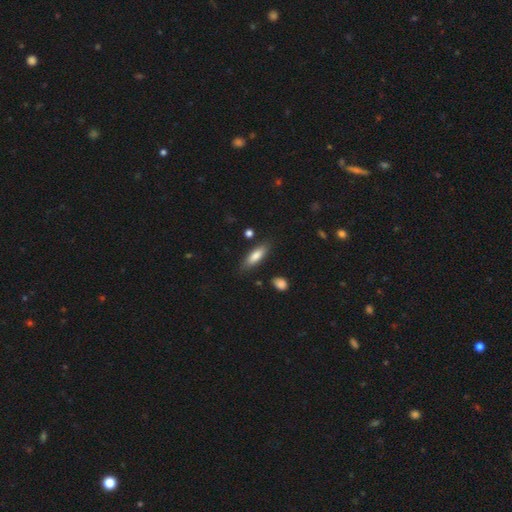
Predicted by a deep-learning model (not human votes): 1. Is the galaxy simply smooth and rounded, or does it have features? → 79% smooth, 14% featured or disk, 6% star or artifact.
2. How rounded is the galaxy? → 50% in between, 49% cigar-shaped, 2% round.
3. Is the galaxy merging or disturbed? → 82% none, 13% minor disturbance, 3% major disturbance, 2% merger.